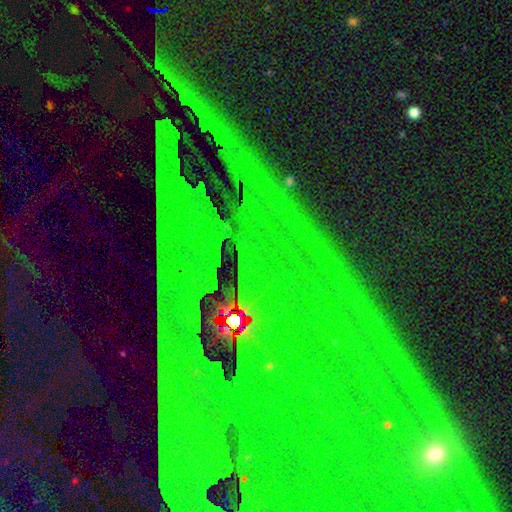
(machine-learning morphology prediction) Overall: star or artifact (84%).